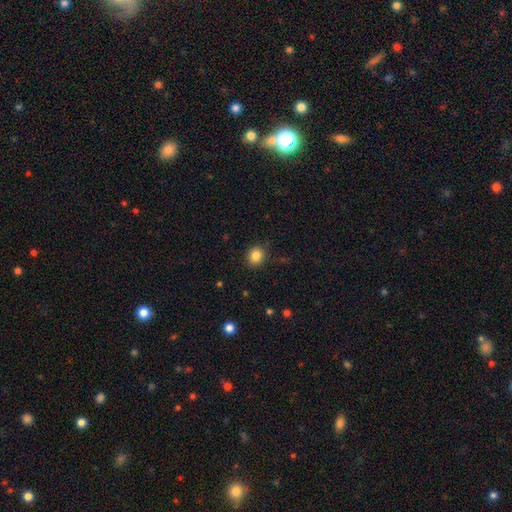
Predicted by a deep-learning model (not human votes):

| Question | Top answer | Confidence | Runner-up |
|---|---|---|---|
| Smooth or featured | smooth | 85% | star or artifact (10%) |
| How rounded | round | 78% | in between (21%) |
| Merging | none | 88% | minor disturbance (9%) |